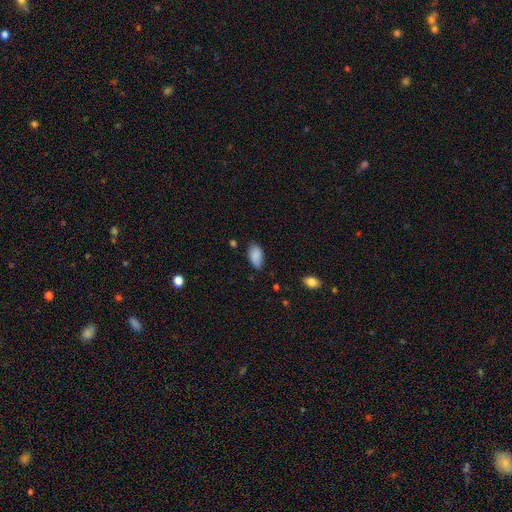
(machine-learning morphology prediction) A smooth galaxy with no disk features (88%) that is in between round and cigar-shaped (94%). Merging: none (75%).